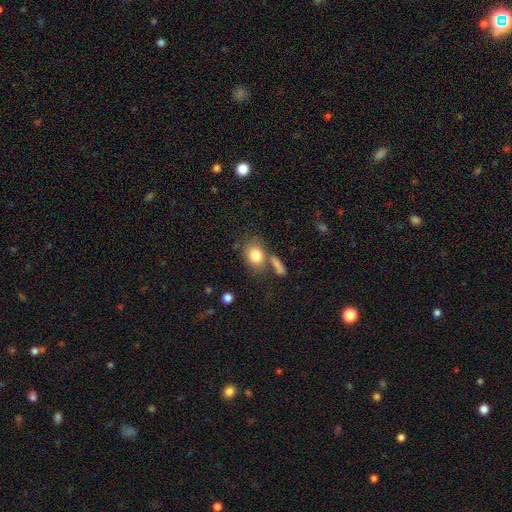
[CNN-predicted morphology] The model was most divided on "how rounded": in between: 56%, round: 42%, cigar-shaped: 2%. More confident: smooth or featured — smooth (81%); merging — none (55%).